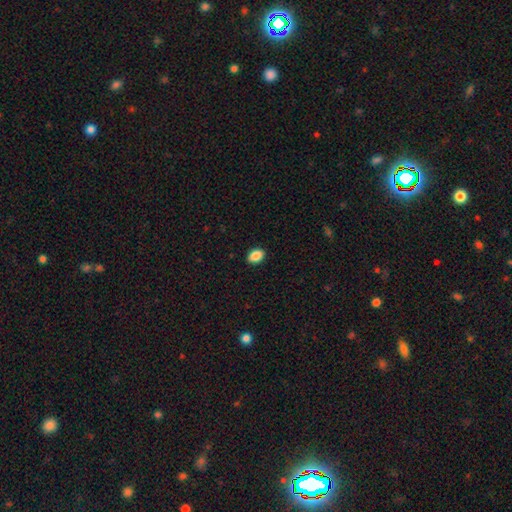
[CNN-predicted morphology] smooth-or-featured: smooth: 88% | star or artifact: 8% | featured or disk: 4%
  how-rounded: in between: 81% | round: 17% | cigar-shaped: 1%
  merging: none: 90% | minor disturbance: 7% | major disturbance: 2% | merger: 1%